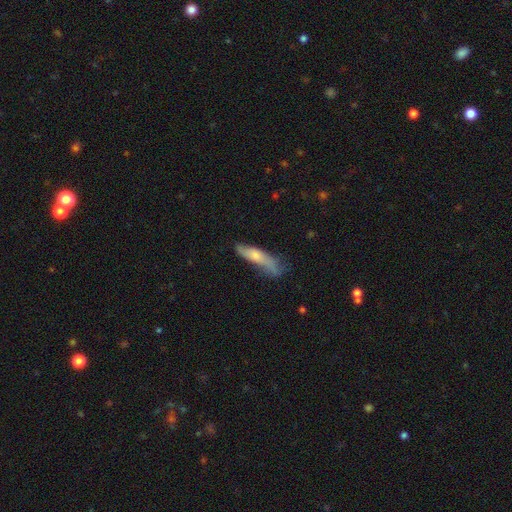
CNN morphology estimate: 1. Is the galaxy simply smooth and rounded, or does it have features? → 61% smooth, 32% featured or disk, 6% star or artifact.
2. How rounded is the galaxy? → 74% cigar-shaped, 24% in between, 2% round.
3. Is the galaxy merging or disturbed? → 42% none, 35% minor disturbance, 19% major disturbance, 4% merger.